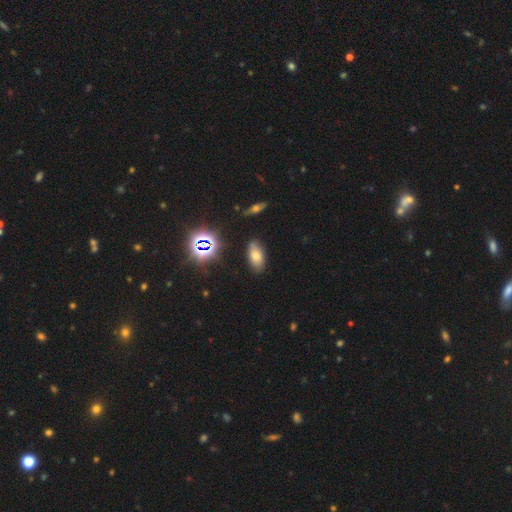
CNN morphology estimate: This is likely a smooth galaxy (62%). How rounded: clearly in between (89%). Merging: clearly none (83%).